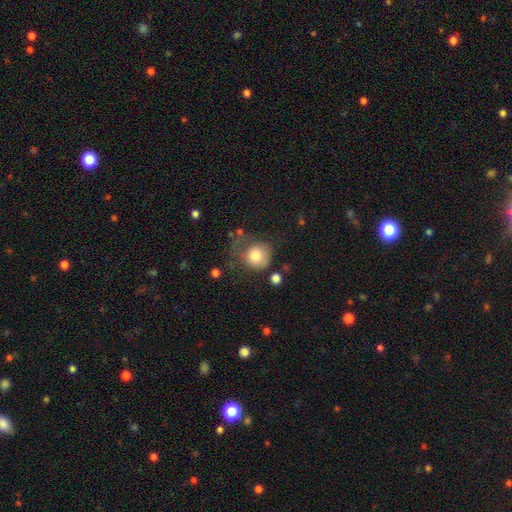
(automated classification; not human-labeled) Q: Smooth or featured?
A: smooth (77%); runner-up: featured or disk (15%)
Q: How rounded?
A: round (82%); runner-up: in between (17%)
Q: Merging?
A: none (35%); runner-up: major disturbance (34%)